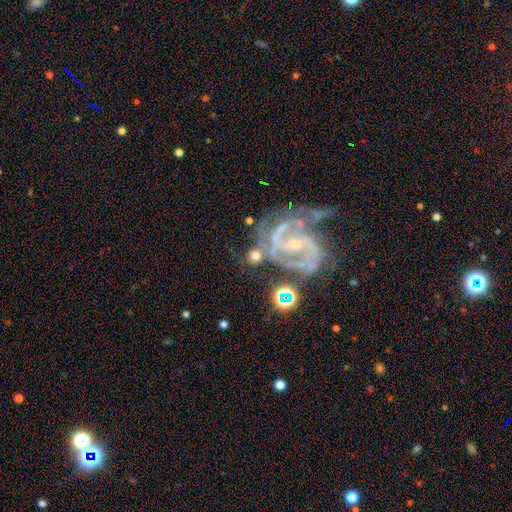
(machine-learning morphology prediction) type=featured or disk (52%); edge-on=no (96%); merging=none (58%).